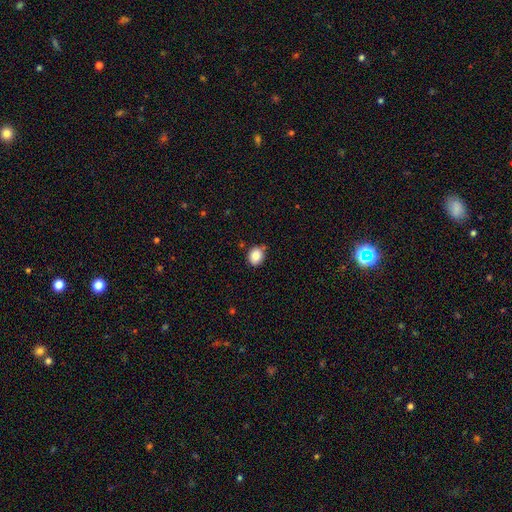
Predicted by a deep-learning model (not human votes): smooth 86%, star or artifact 9%, featured or disk 5%. Down the decision tree: how rounded — round (56%); merging — none (78%).